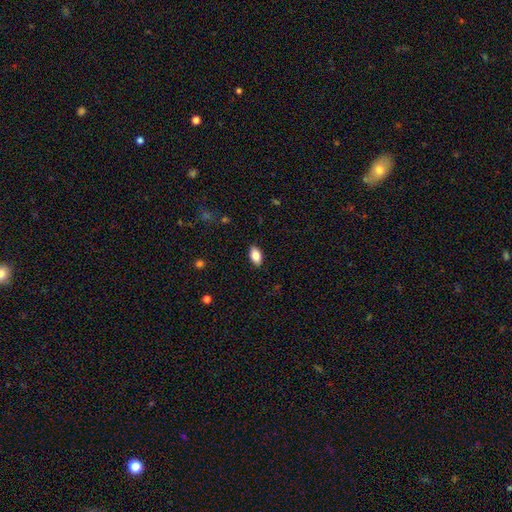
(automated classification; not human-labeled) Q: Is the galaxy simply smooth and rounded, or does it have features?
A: smooth — 83%.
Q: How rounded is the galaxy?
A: in between — 92%.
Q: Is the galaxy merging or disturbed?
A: none — 88%.